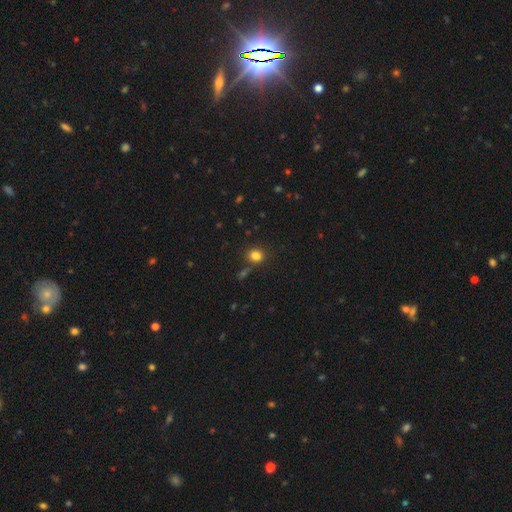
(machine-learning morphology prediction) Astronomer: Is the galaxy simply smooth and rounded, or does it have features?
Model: smooth — 81%.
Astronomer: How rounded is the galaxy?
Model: round — 63%.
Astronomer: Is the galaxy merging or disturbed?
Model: none — 77%.